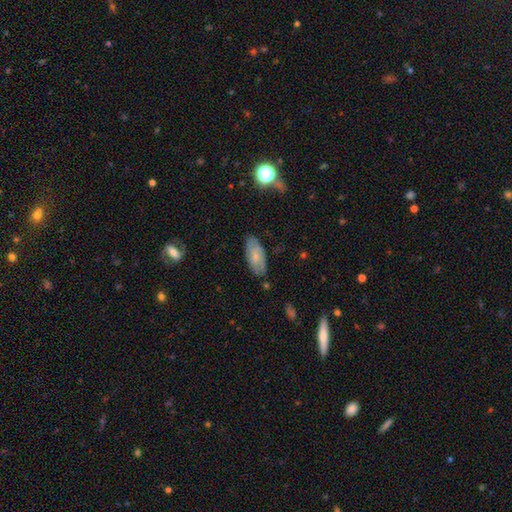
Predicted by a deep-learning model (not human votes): This appears to be a smooth galaxy with no disk features (62%) that is in between round and cigar-shaped (88%). Merging: none (78%).